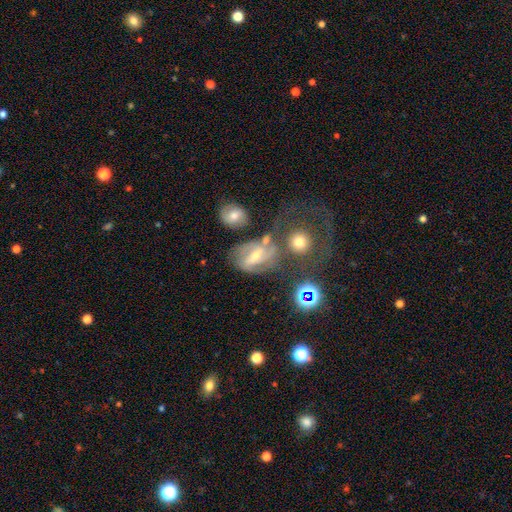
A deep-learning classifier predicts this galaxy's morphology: smooth_or_featured: featured or disk (p=0.67) [alt: smooth p=0.21]
disk_edge_on: no (p=0.94) [alt: yes p=0.06]
bar: weak (p=0.40) [alt: strong p=0.39]
has_spiral_arms: yes (p=0.81) [alt: no p=0.19]
spiral_winding: medium (p=0.47) [alt: tight p=0.29]
spiral_arm_count: 2 (p=0.61) [alt: can't tell p=0.21]
bulge_size: moderate (p=0.50) [alt: small p=0.44]
merging: none (p=0.44) [alt: minor disturbance p=0.21]